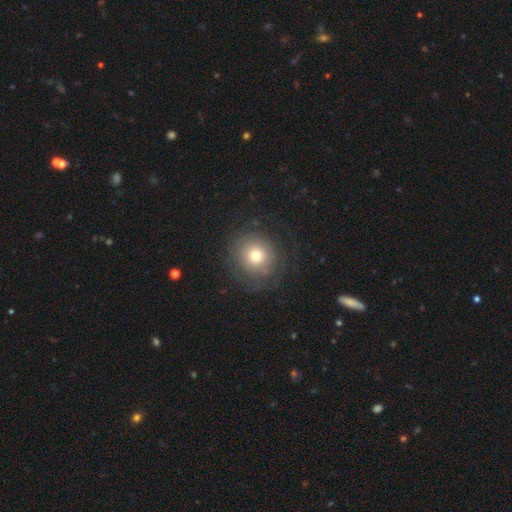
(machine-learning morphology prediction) A smooth galaxy with no disk features (63%) that is round (90%).

Vote fractions:
- Smooth or featured? smooth: 63% / featured or disk: 24% / star or artifact: 12%
- How rounded? round: 90% / in between: 9% / cigar-shaped: 1%
- Merging? none: 76% / minor disturbance: 13% / major disturbance: 10% / merger: 1%